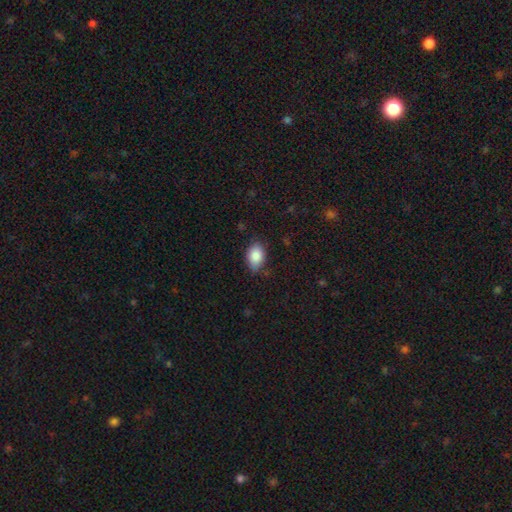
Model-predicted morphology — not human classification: This is clearly a smooth galaxy (87%). How rounded: clearly in between (86%). Merging: likely none (76%).